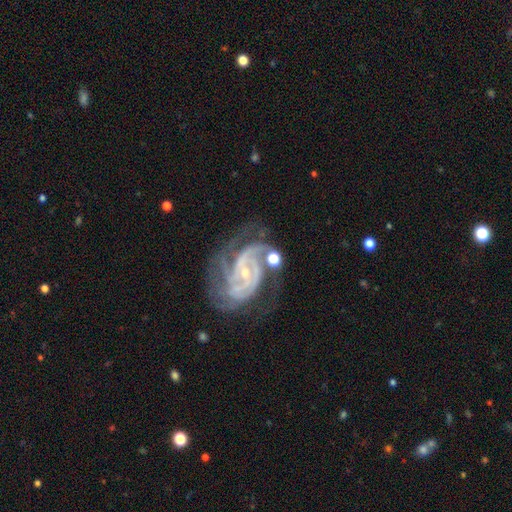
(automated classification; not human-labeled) smooth_or_featured: featured or disk (p=0.88) [alt: star or artifact p=0.08]
disk_edge_on: no (p=0.97) [alt: yes p=0.03]
bar: no (p=0.47) [alt: weak p=0.36]
has_spiral_arms: yes (p=0.97) [alt: no p=0.03]
spiral_winding: tight (p=0.54) [alt: medium p=0.38]
spiral_arm_count: 2 (p=0.45) [alt: 3 p=0.21]
bulge_size: small (p=0.78) [alt: moderate p=0.16]
merging: none (p=0.61) [alt: minor disturbance p=0.19]